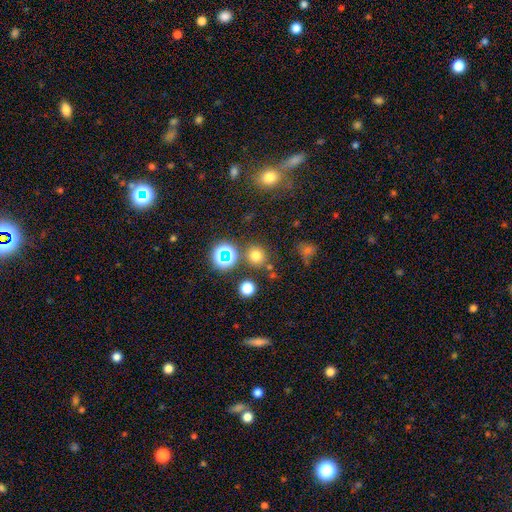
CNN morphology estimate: Overall: smooth (69%). How rounded: round (88%). Merging: none (79%).